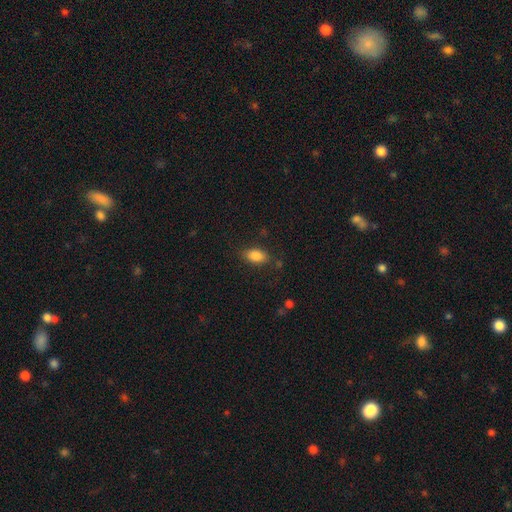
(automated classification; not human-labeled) This is clearly a smooth galaxy (86%). How rounded: clearly in between (90%). Merging: clearly none (81%).